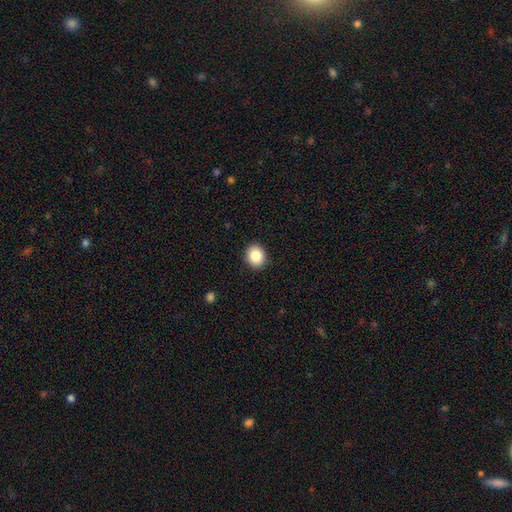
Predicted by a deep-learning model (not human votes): Q: Smooth or featured?
A: smooth (86%); runner-up: star or artifact (9%)
Q: How rounded?
A: round (68%); runner-up: in between (31%)
Q: Merging?
A: none (91%); runner-up: minor disturbance (7%)